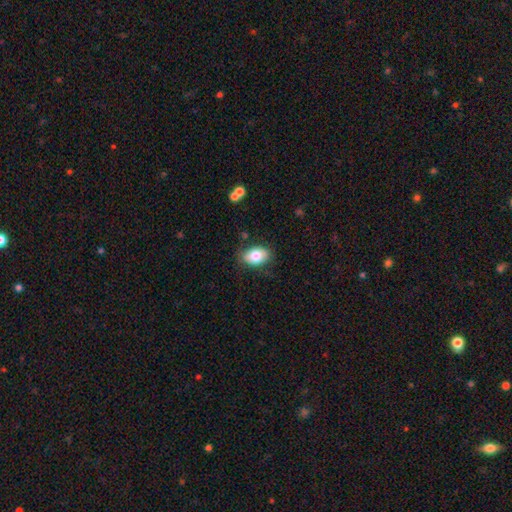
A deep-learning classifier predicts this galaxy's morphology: The model was most divided on "merging": none: 80%, minor disturbance: 14%, major disturbance: 3%, merger: 2%. More confident: how rounded — in between (88%); smooth or featured — smooth (79%).